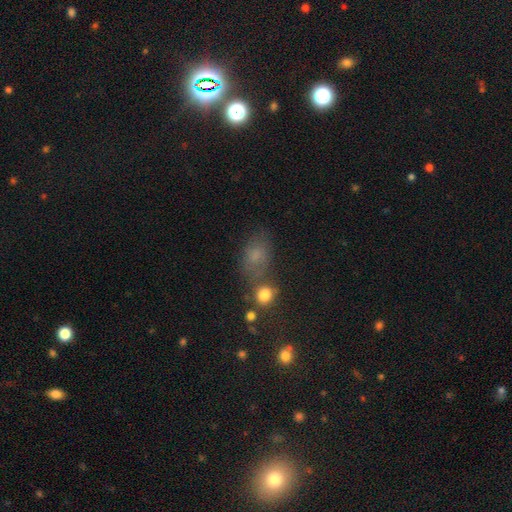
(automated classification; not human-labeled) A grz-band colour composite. It shows a smooth galaxy with no disk features (66%) that is in between round and cigar-shaped (77%). Merging: none (49%).